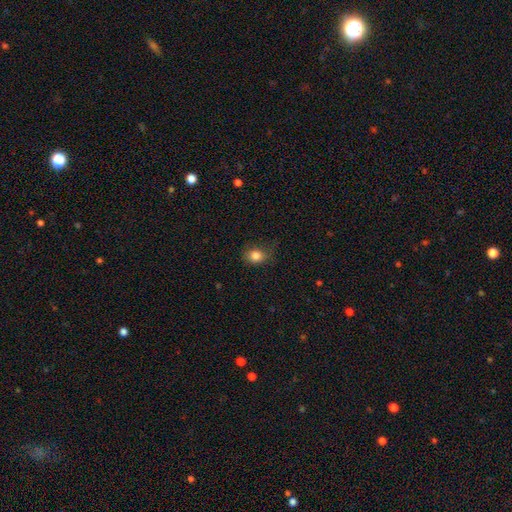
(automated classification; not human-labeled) Smooth or featured?
  - smooth: 83% *
  - star or artifact: 11%
  - featured or disk: 6%
How rounded?
  - round: 58% *
  - in between: 41%
  - cigar-shaped: 1%
Merging?
  - none: 69% *
  - minor disturbance: 23%
  - major disturbance: 7%
  - merger: 1%